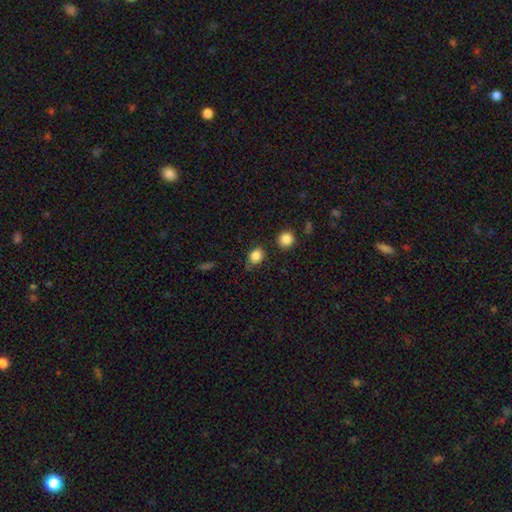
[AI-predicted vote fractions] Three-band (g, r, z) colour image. It shows a smooth galaxy with no disk features (85%) that is round (52%). Merging: none (71%).